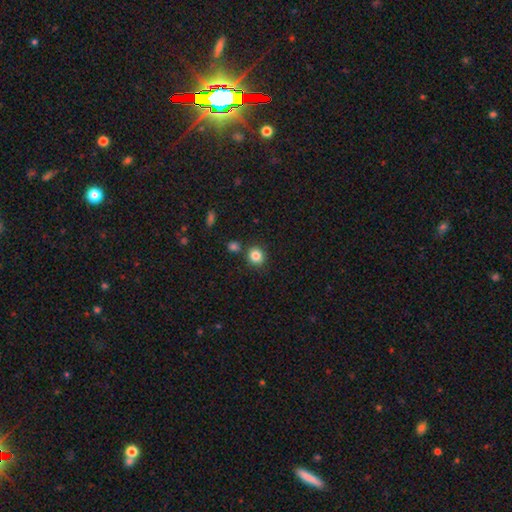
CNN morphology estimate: Smooth or featured? smooth (85%)
How rounded? round (82%)
Merging? none (81%)